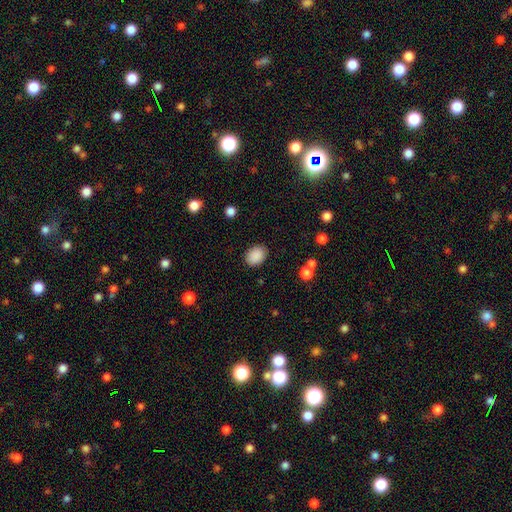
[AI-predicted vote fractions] smooth 89%, star or artifact 8%, featured or disk 3%. Down the decision tree: how rounded — in between (64%); merging — none (88%).